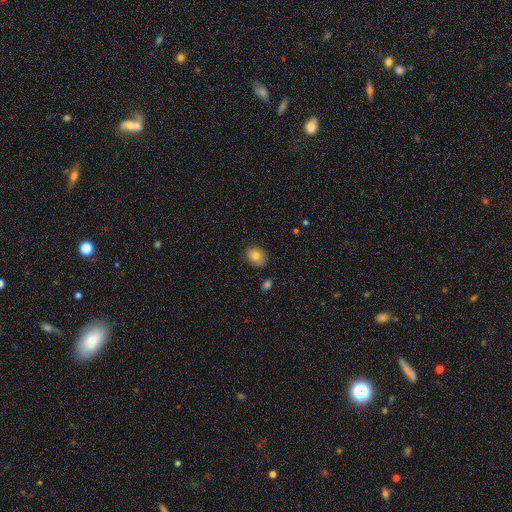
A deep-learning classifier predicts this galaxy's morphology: A smooth galaxy with no disk features (77%) that is round (50%). Merging: none (81%).